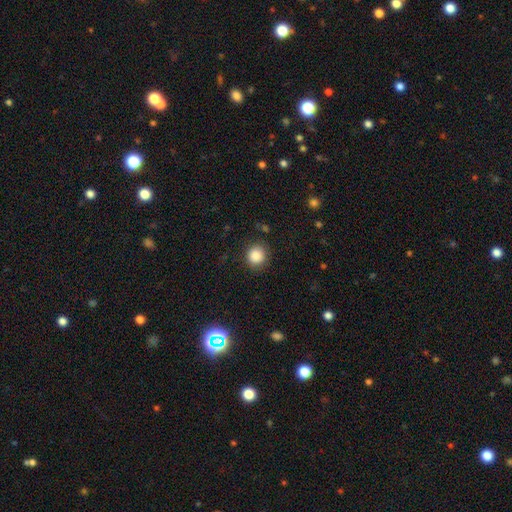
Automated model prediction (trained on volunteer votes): Smooth or featured? Predicted: smooth (p=0.87). How rounded? Predicted: round (p=0.88). Merging? Predicted: none (p=0.87).